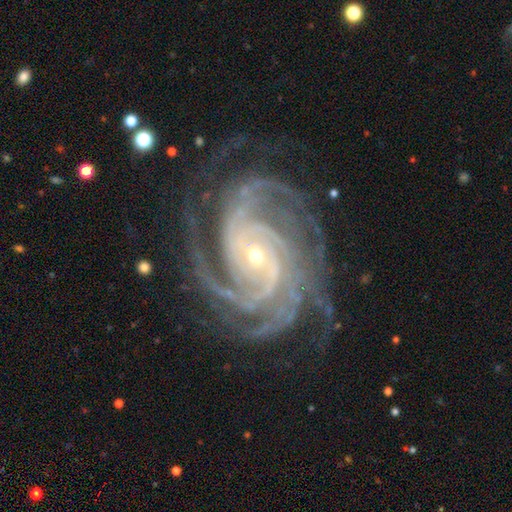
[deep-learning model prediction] The model was most divided on "spiral arm count": 4: 31%, 3: 20%, more than 4: 19%, can't tell: 11%, 2: 11%, 1: 8%. More confident: spiral arms — yes (99%); edge-on disk — no (98%); smooth or featured — featured or disk (93%); merging — none (75%); spiral winding — tight (72%); bulge size — small (68%); bar — no (57%).